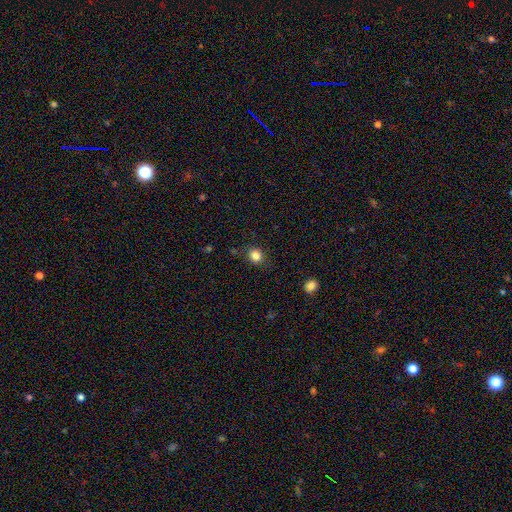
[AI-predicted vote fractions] smooth_or_featured: smooth (p=0.83) [alt: star or artifact p=0.12]
how_rounded: round (p=0.73) [alt: in between p=0.26]
merging: none (p=0.85) [alt: minor disturbance p=0.11]